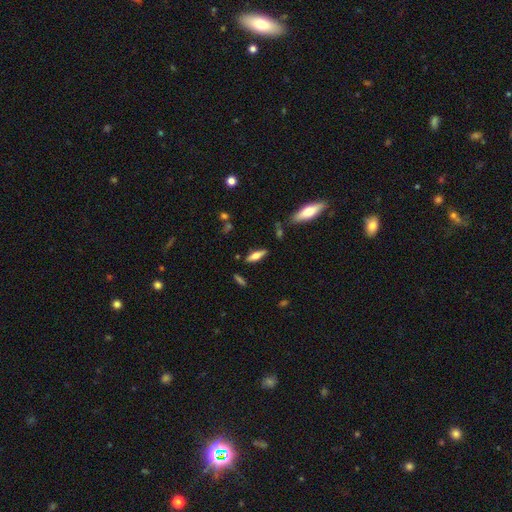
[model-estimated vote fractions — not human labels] Smooth or featured?
  - smooth: 48% *
  - featured or disk: 44%
  - star or artifact: 8%
Merging?
  - none: 83% *
  - minor disturbance: 11%
  - merger: 3%
  - major disturbance: 3%